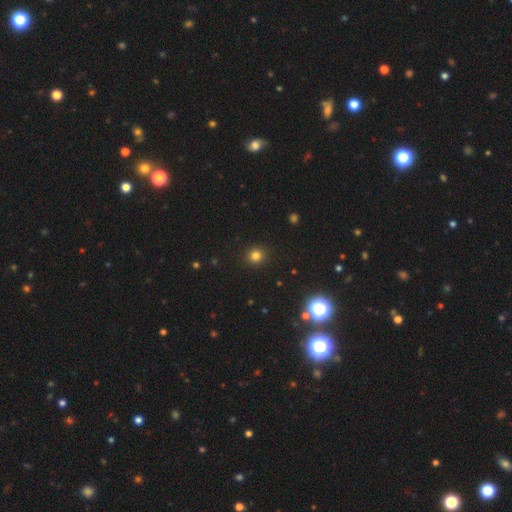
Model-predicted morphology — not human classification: This is likely a smooth galaxy (80%). How rounded: clearly round (91%). Merging: clearly none (92%).